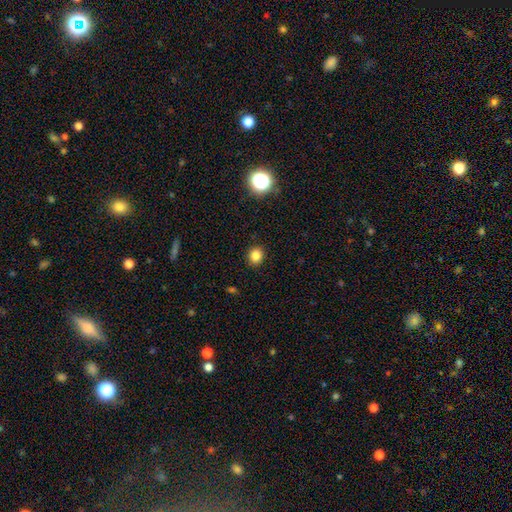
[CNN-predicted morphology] Smooth or featured? Predicted: smooth (p=0.83). How rounded? Predicted: round (p=0.75). Merging? Predicted: none (p=0.91).